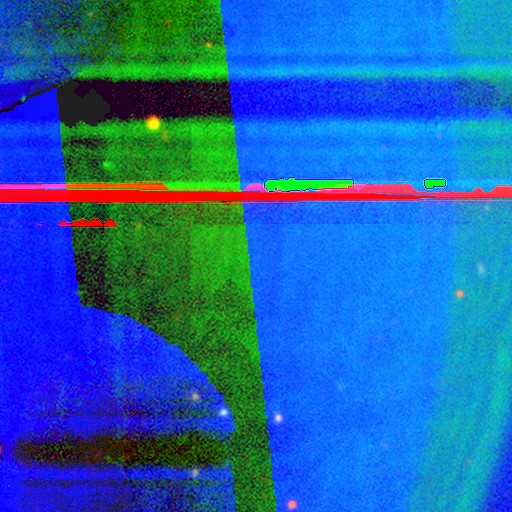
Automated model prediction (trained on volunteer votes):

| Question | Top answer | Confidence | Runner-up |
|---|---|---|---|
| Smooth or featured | star or artifact | 90% | featured or disk (6%) |